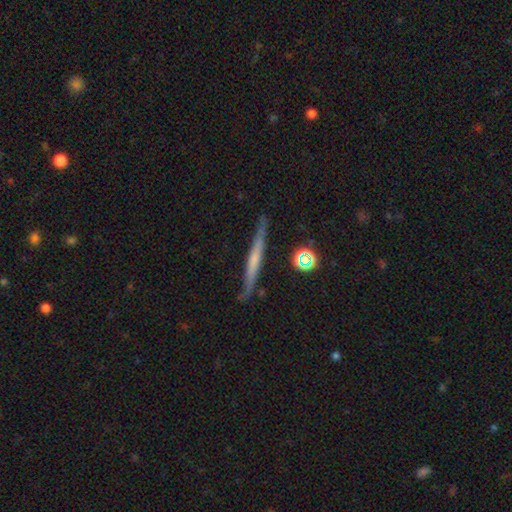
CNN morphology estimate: A featured or disk galaxy (57%) viewed edge-on (95%) with no central bulge (70%). Merging: none (85%).